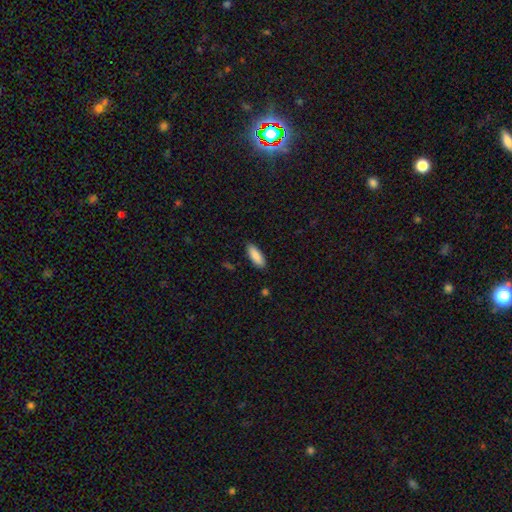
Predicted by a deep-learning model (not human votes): Smooth or featured?
  - smooth: 89% *
  - star or artifact: 6%
  - featured or disk: 5%
How rounded?
  - in between: 69% *
  - cigar-shaped: 30%
  - round: 1%
Merging?
  - none: 87% *
  - minor disturbance: 10%
  - major disturbance: 2%
  - merger: 1%